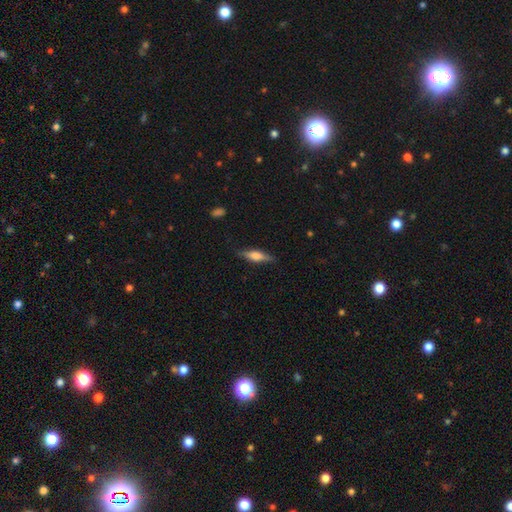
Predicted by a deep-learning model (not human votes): Smooth or featured? Predicted: smooth (p=0.48). Merging? Predicted: none (p=0.83).